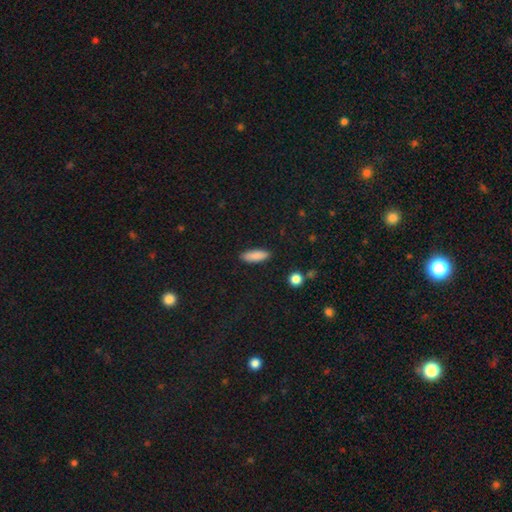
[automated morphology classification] The model was most divided on "how rounded": in between: 64%, cigar-shaped: 34%, round: 2%. More confident: merging — none (88%); smooth or featured — smooth (88%).